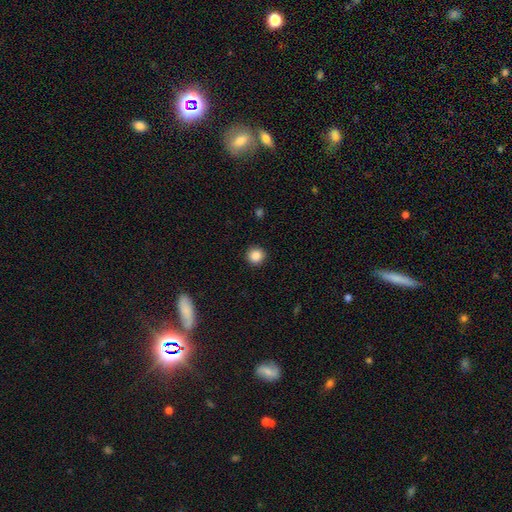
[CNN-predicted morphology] Smooth or featured? Predicted: smooth (p=0.87). How rounded? Predicted: round (p=0.94). Merging? Predicted: none (p=0.92).